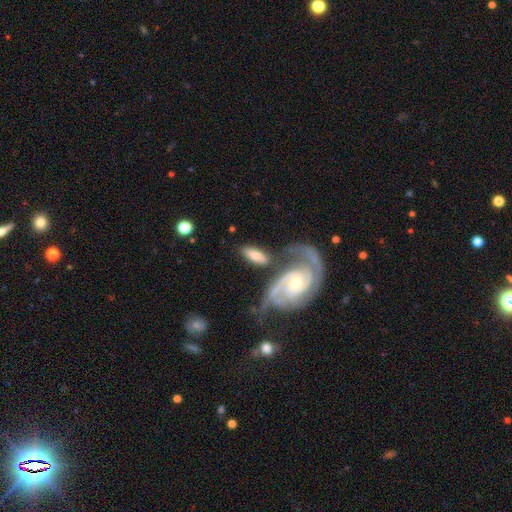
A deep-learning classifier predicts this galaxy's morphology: Smooth or featured?
  - featured or disk: 51% *
  - smooth: 43%
  - star or artifact: 5%
Edge-on disk?
  - no: 85% *
  - yes: 15%
Merging?
  - none: 57% *
  - minor disturbance: 18%
  - merger: 17%
  - major disturbance: 8%